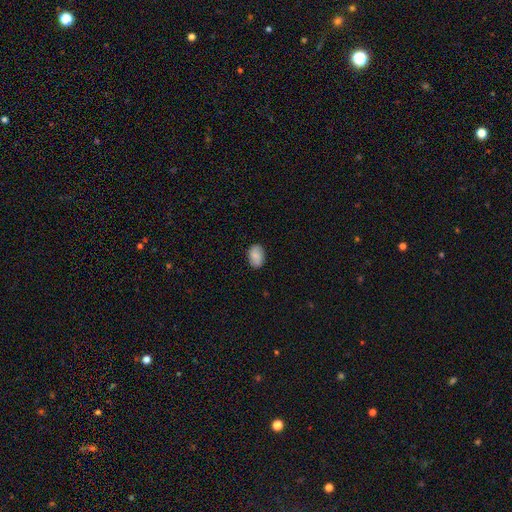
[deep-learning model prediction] A smooth galaxy with no disk features (86%) that is in between round and cigar-shaped (87%). Merging: none (86%).